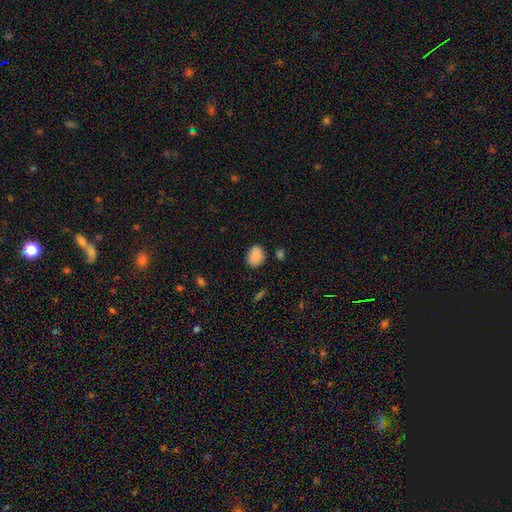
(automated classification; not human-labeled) Q: Smooth or featured?
A: smooth (86%); runner-up: star or artifact (8%)
Q: How rounded?
A: in between (62%); runner-up: round (37%)
Q: Merging?
A: none (83%); runner-up: minor disturbance (12%)